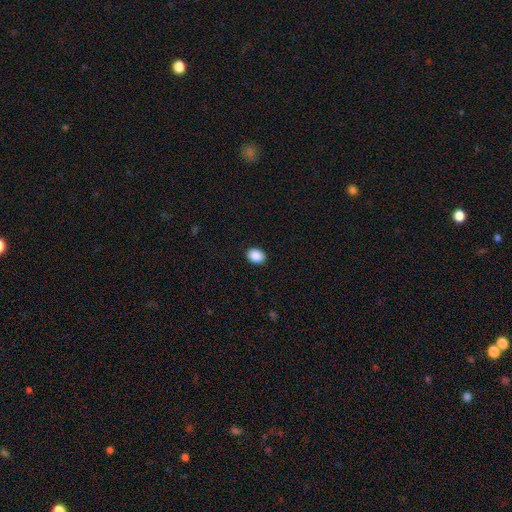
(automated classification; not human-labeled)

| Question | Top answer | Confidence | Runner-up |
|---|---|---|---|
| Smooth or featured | smooth | 90% | star or artifact (8%) |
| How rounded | in between | 61% | round (38%) |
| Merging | none | 90% | minor disturbance (7%) |